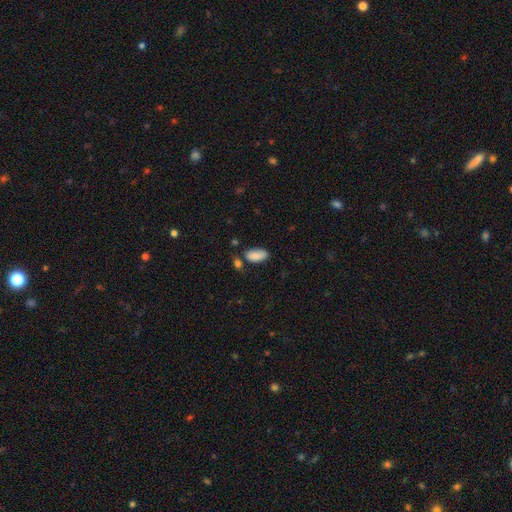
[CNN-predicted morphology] type=smooth (87%); roundness=in between (93%); merging=none (64%).